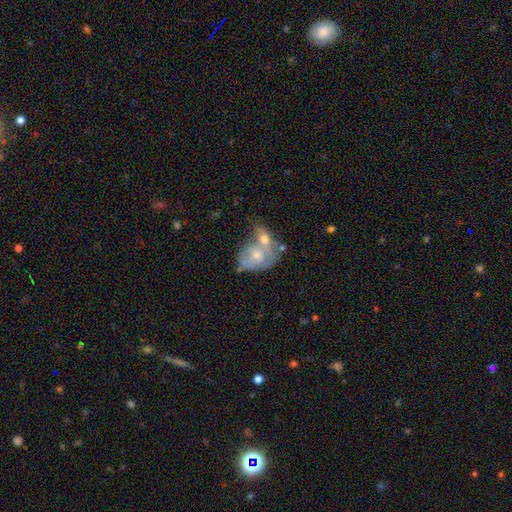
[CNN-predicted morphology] type=smooth (51%); roundness=in between (56%); merging=merger (61%).